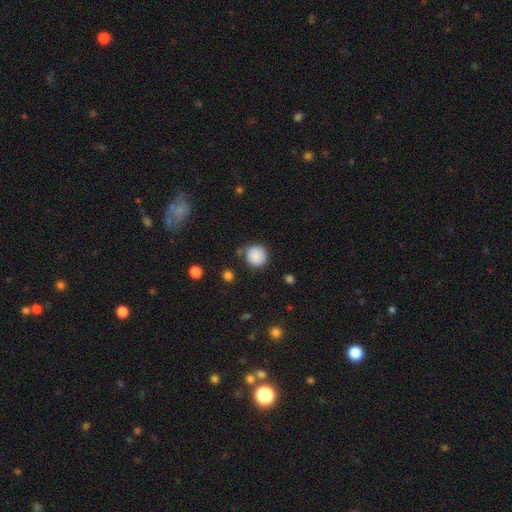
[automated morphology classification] smooth 88%, star or artifact 9%, featured or disk 4%. Down the decision tree: how rounded — round (92%); merging — none (79%).